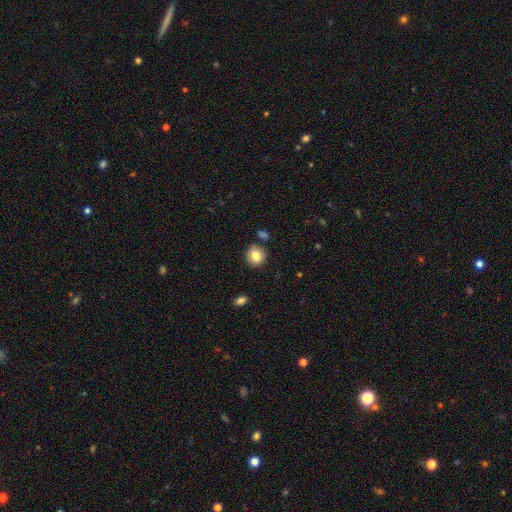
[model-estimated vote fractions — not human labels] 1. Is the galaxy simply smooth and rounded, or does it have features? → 82% smooth, 9% featured or disk, 9% star or artifact.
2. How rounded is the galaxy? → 85% round, 14% in between, 1% cigar-shaped.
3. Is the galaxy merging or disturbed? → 84% none, 9% minor disturbance, 5% merger, 2% major disturbance.